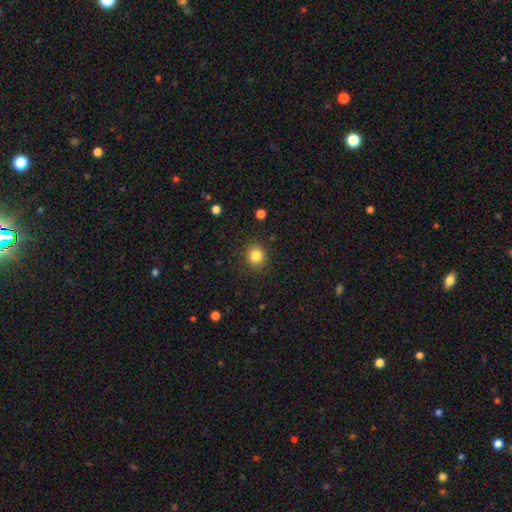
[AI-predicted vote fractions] Smooth or featured?
  - smooth: 84% *
  - star or artifact: 11%
  - featured or disk: 5%
How rounded?
  - round: 87% *
  - in between: 12%
  - cigar-shaped: 1%
Merging?
  - none: 88% *
  - minor disturbance: 8%
  - major disturbance: 3%
  - merger: 1%